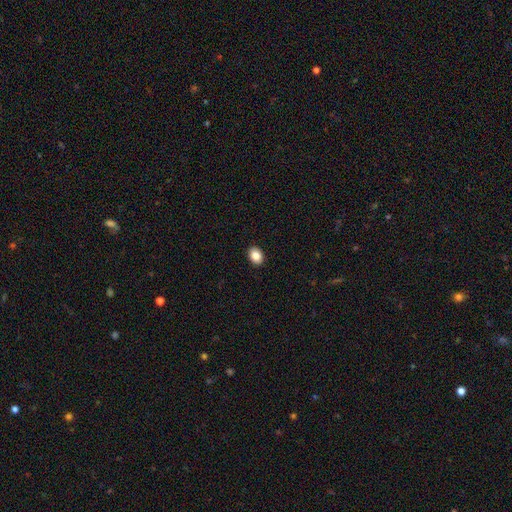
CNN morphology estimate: A smooth galaxy with no disk features (86%) that is in between round and cigar-shaped (68%). Merging: none (91%).